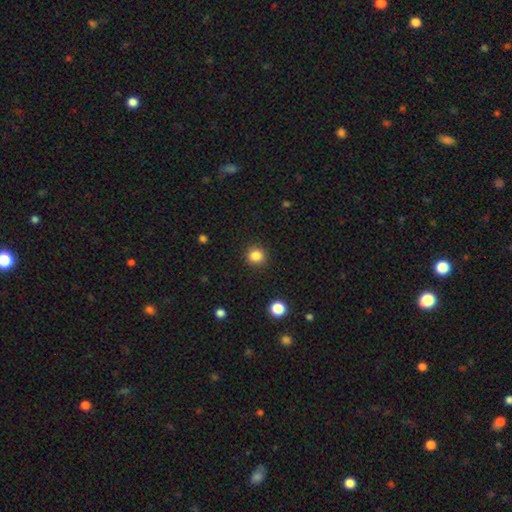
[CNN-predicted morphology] Q: Smooth or featured?
A: smooth (85%); runner-up: star or artifact (11%)
Q: How rounded?
A: round (89%); runner-up: in between (10%)
Q: Merging?
A: none (91%); runner-up: minor disturbance (6%)